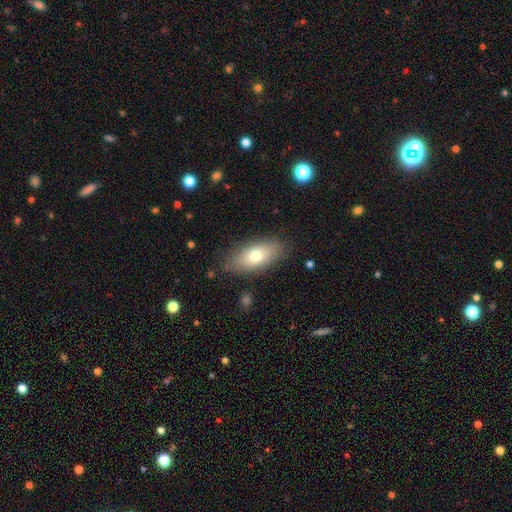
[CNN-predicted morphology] type=smooth (73%); roundness=in between (87%); merging=none (83%).